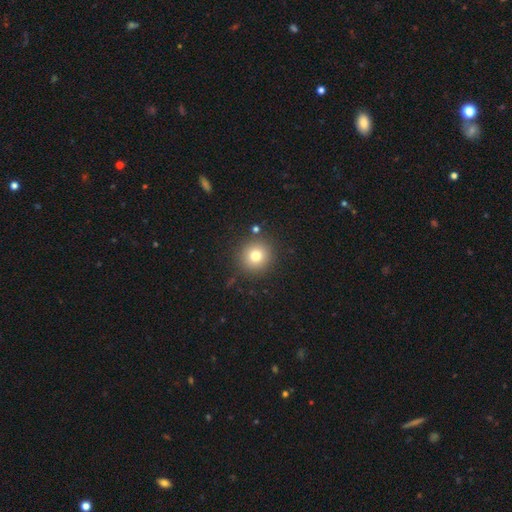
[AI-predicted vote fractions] Smooth or featured? Predicted: smooth (p=0.77). How rounded? Predicted: round (p=0.93). Merging? Predicted: none (p=0.88).